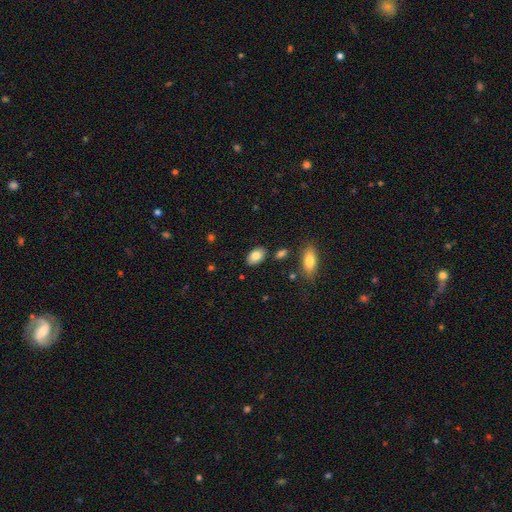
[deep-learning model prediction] Smooth or featured: smooth — 83% (featured or disk — 10%)
How rounded: in between — 91% (round — 8%)
Merging: none — 84% (minor disturbance — 10%)